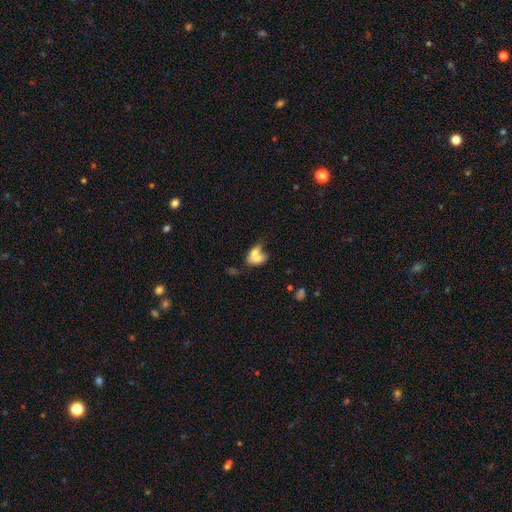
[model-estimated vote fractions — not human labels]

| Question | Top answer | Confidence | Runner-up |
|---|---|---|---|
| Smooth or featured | smooth | 66% | featured or disk (26%) |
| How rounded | in between | 75% | round (22%) |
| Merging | merger | 68% | none (17%) |